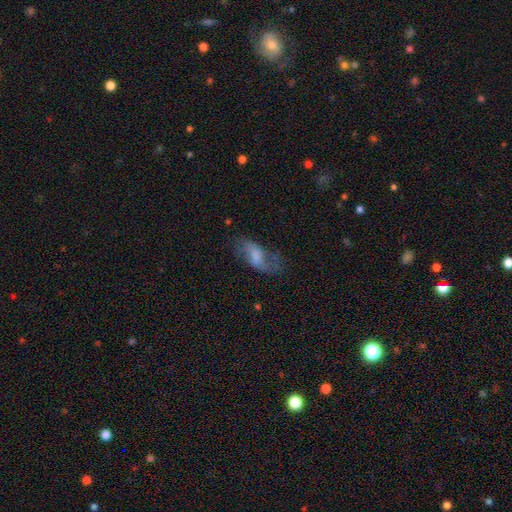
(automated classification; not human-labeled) Smooth or featured?
  - featured or disk: 53% *
  - smooth: 38%
  - star or artifact: 9%
Edge-on disk?
  - no: 91% *
  - yes: 9%
Merging?
  - none: 56% *
  - minor disturbance: 23%
  - major disturbance: 19%
  - merger: 2%